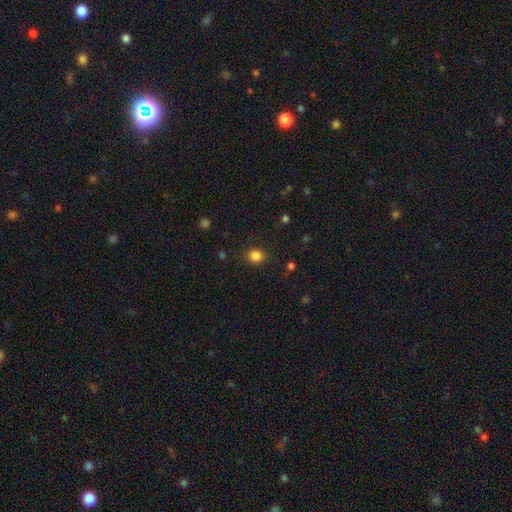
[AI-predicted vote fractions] smooth-or-featured: smooth: 84% | star or artifact: 12% | featured or disk: 4%
  how-rounded: round: 74% | in between: 25% | cigar-shaped: 1%
  merging: none: 87% | minor disturbance: 9% | major disturbance: 3% | merger: 1%